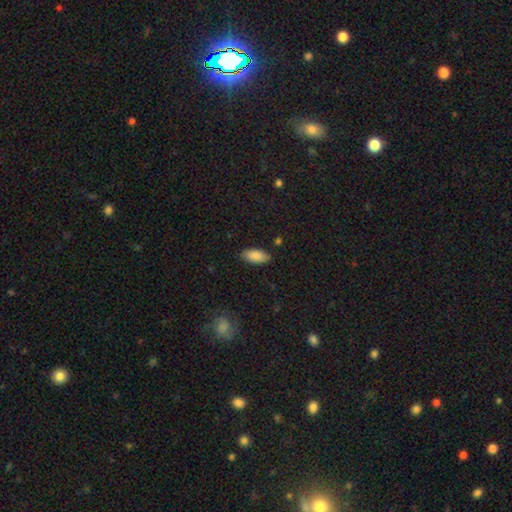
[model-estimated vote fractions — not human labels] smooth_or_featured: smooth (p=0.88) [alt: star or artifact p=0.07]
how_rounded: in between (p=0.90) [alt: cigar-shaped p=0.08]
merging: none (p=0.86) [alt: minor disturbance p=0.11]